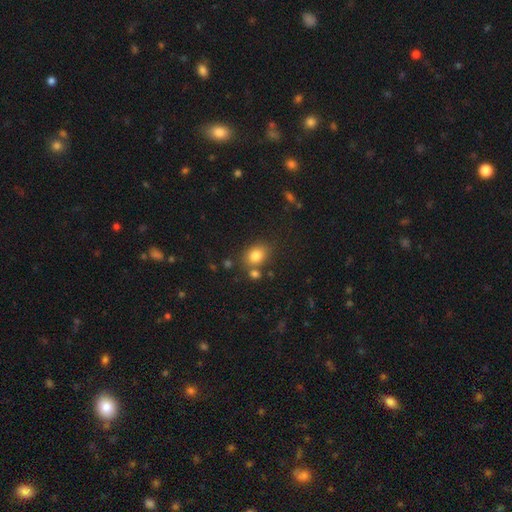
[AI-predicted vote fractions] This is clearly a smooth galaxy (81%). How rounded: likely in between (60%). Merging: likely none (68%).